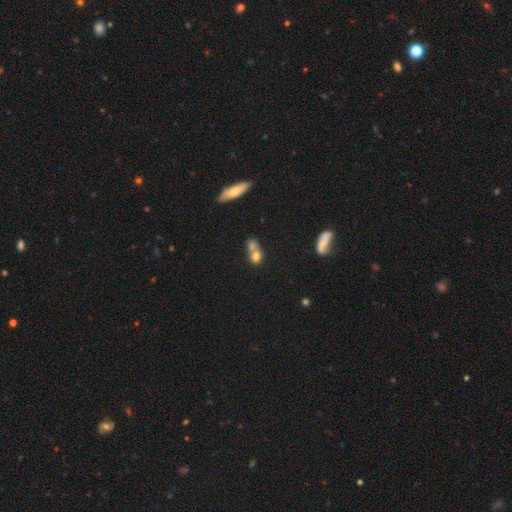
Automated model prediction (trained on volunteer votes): smooth-or-featured: smooth: 72% | featured or disk: 17% | star or artifact: 11%
  how-rounded: round: 53% | in between: 42% | cigar-shaped: 5%
  merging: merger: 62% | none: 25% | minor disturbance: 8% | major disturbance: 4%